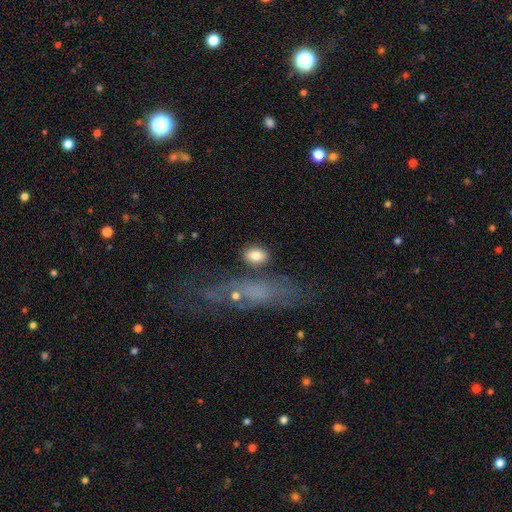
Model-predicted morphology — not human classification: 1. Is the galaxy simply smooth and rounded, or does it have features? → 81% smooth, 11% featured or disk, 8% star or artifact.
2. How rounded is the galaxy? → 77% in between, 20% round, 3% cigar-shaped.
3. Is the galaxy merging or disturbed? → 73% none, 13% minor disturbance, 8% merger, 6% major disturbance.